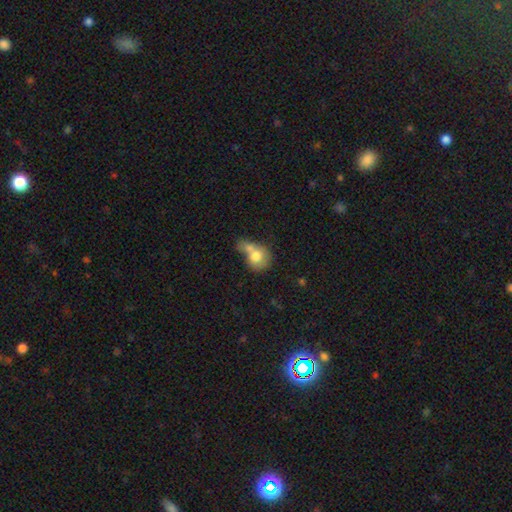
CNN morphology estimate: The model was most divided on "how rounded": round: 68%, in between: 31%, cigar-shaped: 1%. More confident: smooth or featured — smooth (72%); merging — merger (64%).